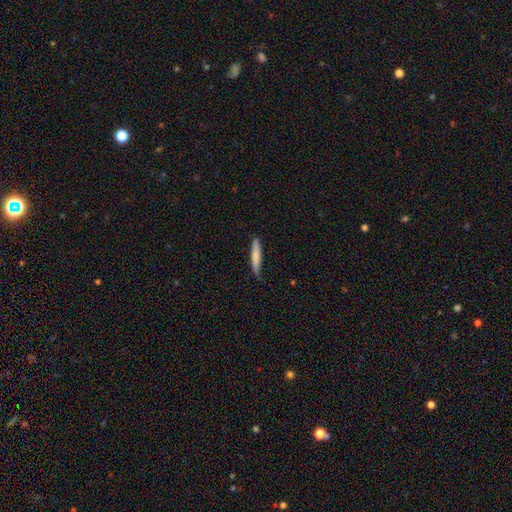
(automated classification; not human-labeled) Overall: smooth (76%). How rounded: cigar-shaped (90%). Merging: none (72%).